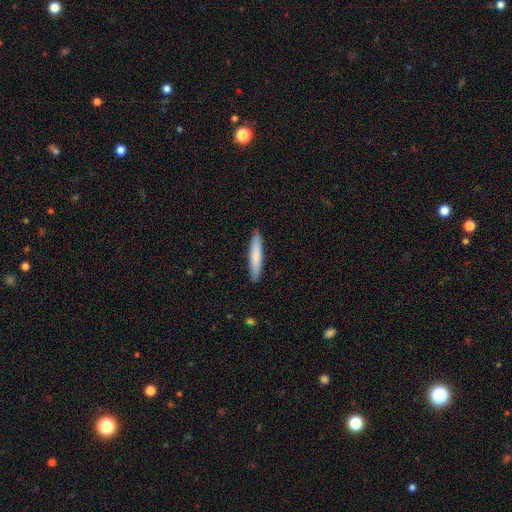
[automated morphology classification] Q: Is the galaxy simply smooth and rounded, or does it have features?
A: smooth — 76%.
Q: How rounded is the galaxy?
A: cigar-shaped — 92%.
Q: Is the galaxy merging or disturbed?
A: none — 90%.